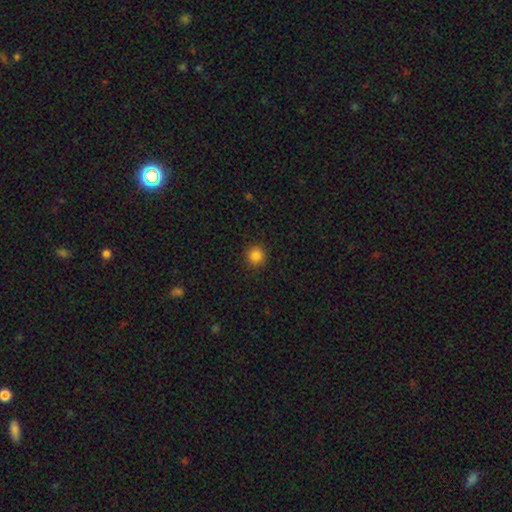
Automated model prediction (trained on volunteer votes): The model was most divided on "smooth or featured": smooth: 85%, star or artifact: 11%, featured or disk: 4%. More confident: how rounded — round (94%); merging — none (92%).